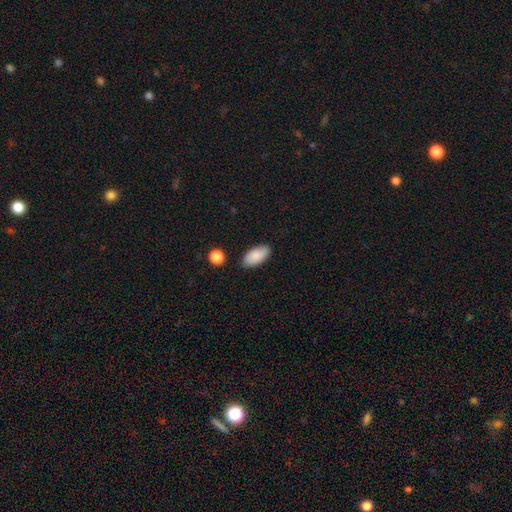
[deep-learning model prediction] A smooth galaxy with no disk features (88%) that is in between round and cigar-shaped (93%).

Vote fractions:
- Smooth or featured? smooth: 88% / star or artifact: 6% / featured or disk: 6%
- How rounded? in between: 93% / cigar-shaped: 5% / round: 2%
- Merging? none: 86% / minor disturbance: 10% / merger: 2% / major disturbance: 2%